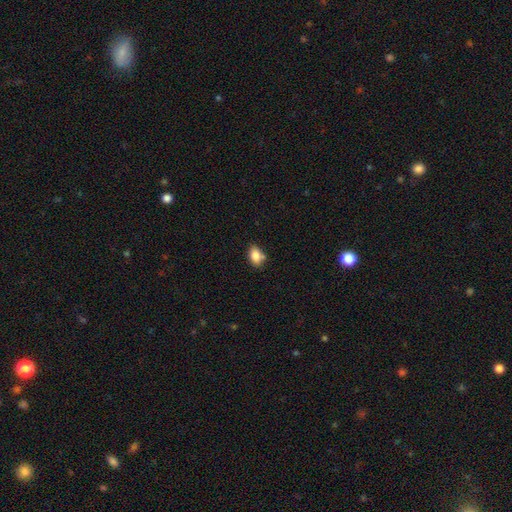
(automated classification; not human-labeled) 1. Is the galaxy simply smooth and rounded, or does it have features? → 84% smooth, 9% star or artifact, 7% featured or disk.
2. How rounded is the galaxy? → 84% in between, 15% round, 2% cigar-shaped.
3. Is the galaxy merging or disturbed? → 66% none, 20% minor disturbance, 10% merger, 4% major disturbance.